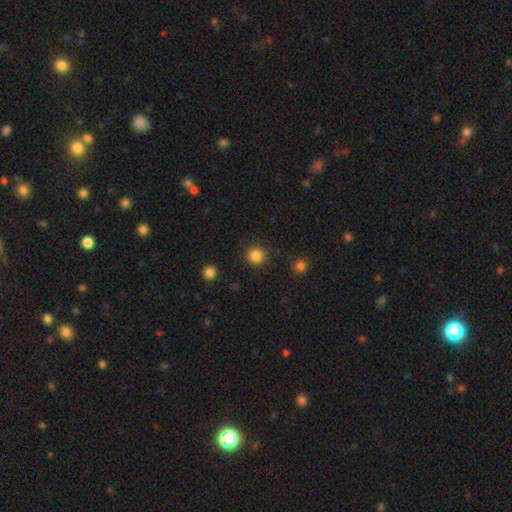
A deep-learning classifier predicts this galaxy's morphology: Smooth or featured?
  - smooth: 85% *
  - star or artifact: 11%
  - featured or disk: 3%
How rounded?
  - round: 94% *
  - in between: 5%
  - cigar-shaped: 1%
Merging?
  - none: 91% *
  - minor disturbance: 6%
  - major disturbance: 2%
  - merger: 2%